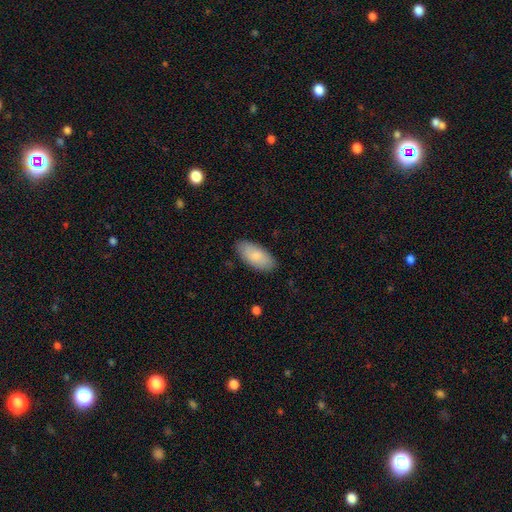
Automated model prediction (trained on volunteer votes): A smooth galaxy with no disk features (82%) that is in between round and cigar-shaped (93%).

Vote fractions:
- Smooth or featured? smooth: 82% / featured or disk: 13% / star or artifact: 6%
- How rounded? in between: 93% / cigar-shaped: 5% / round: 2%
- Merging? none: 86% / minor disturbance: 11% / major disturbance: 2% / merger: 1%